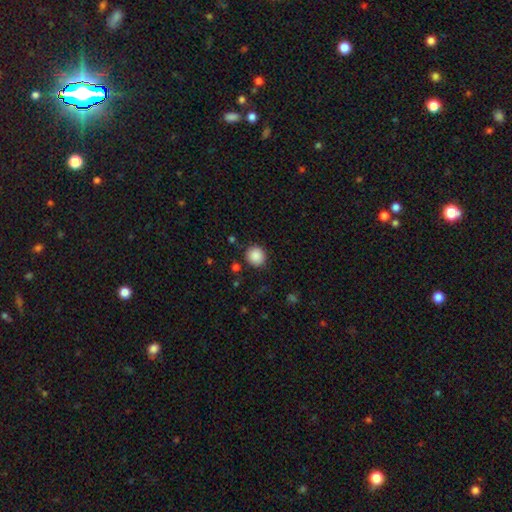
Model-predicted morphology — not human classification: Overall: smooth (89%). How rounded: round (90%). Merging: none (88%).